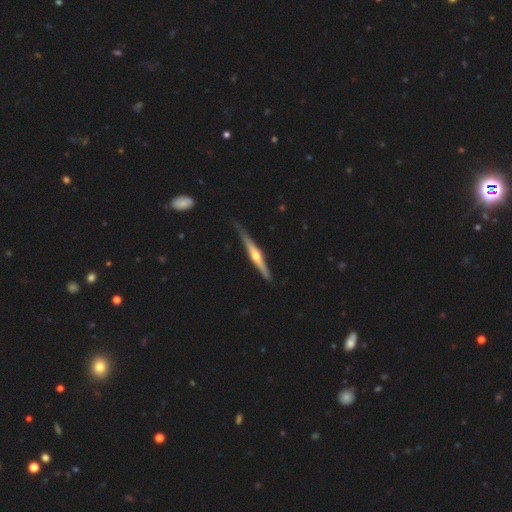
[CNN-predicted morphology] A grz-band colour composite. It shows a featured or disk galaxy (74%) viewed edge-on (97%) with a rounded central bulge (89%). Merging: none (78%).